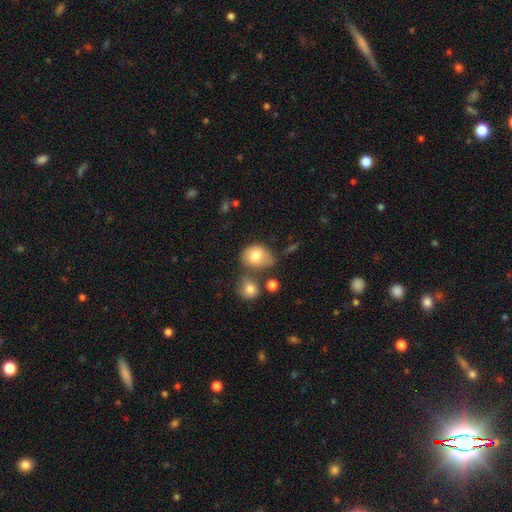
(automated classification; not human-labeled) Smooth or featured? smooth (78%)
How rounded? round (53%)
Merging? none (38%)